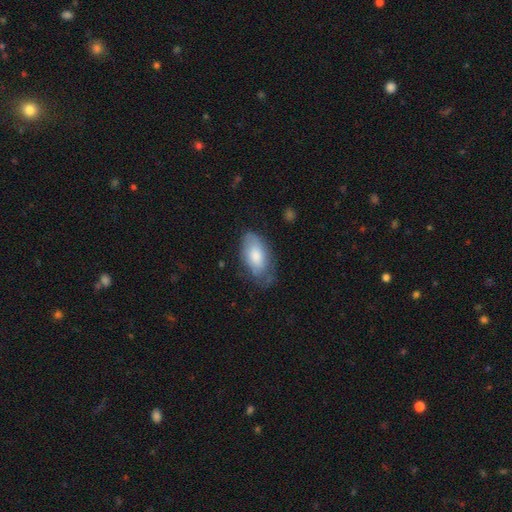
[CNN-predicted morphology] smooth 70%, featured or disk 24%, star or artifact 6%. Down the decision tree: how rounded — in between (94%); merging — none (54%).